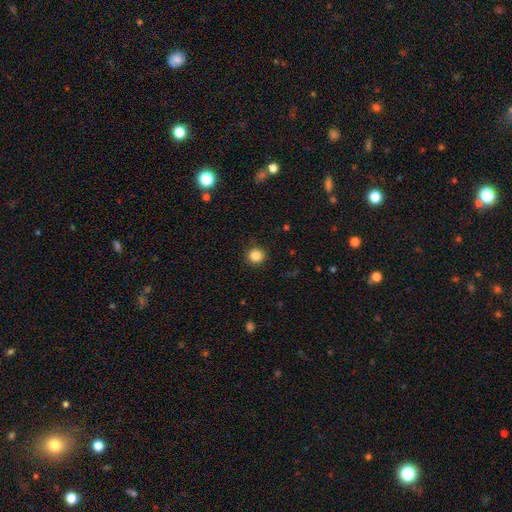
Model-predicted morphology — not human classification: Smooth or featured? Predicted: smooth (p=0.85). How rounded? Predicted: round (p=0.92). Merging? Predicted: none (p=0.90).